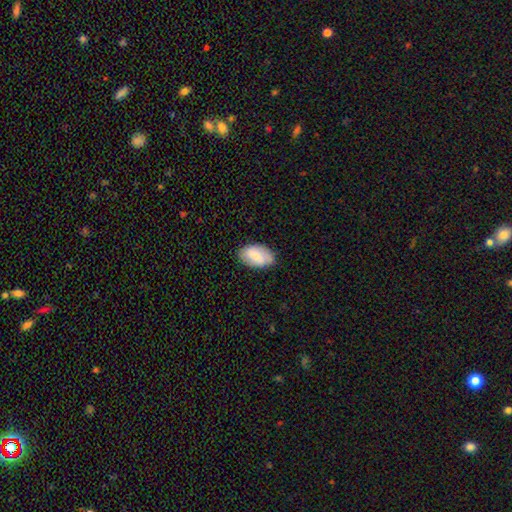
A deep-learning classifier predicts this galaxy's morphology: A smooth galaxy with no disk features (66%) that is in between round and cigar-shaped (93%).

Vote fractions:
- Smooth or featured? smooth: 66% / featured or disk: 28% / star or artifact: 6%
- How rounded? in between: 93% / round: 5% / cigar-shaped: 2%
- Merging? none: 78% / minor disturbance: 18% / major disturbance: 3% / merger: 1%